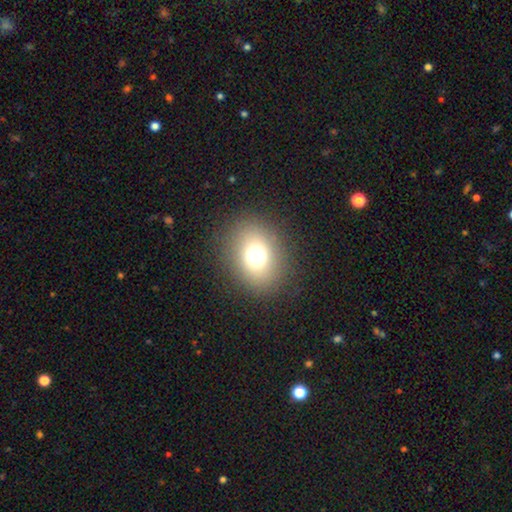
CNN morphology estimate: smooth 67%, star or artifact 20%, featured or disk 12%. Down the decision tree: how rounded — round (59%); merging — none (85%).